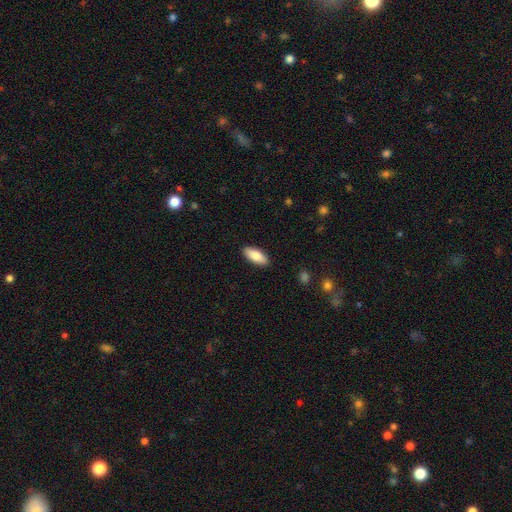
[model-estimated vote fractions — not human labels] The model was most divided on "how rounded": in between: 81%, cigar-shaped: 17%, round: 2%. More confident: merging — none (90%); smooth or featured — smooth (83%).